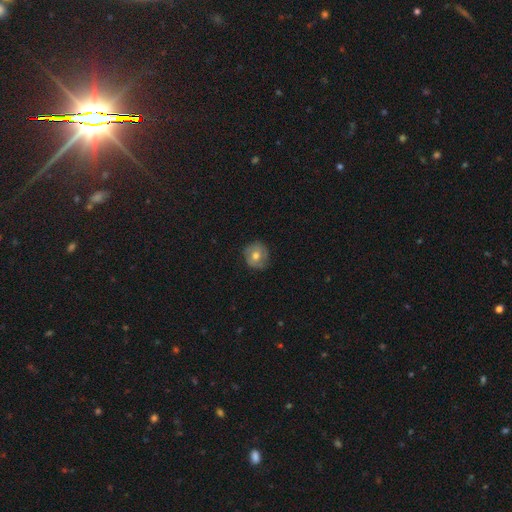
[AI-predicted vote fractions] smooth_or_featured: smooth (p=0.62) [alt: featured or disk p=0.29]
how_rounded: round (p=0.89) [alt: in between p=0.10]
merging: none (p=0.77) [alt: minor disturbance p=0.18]